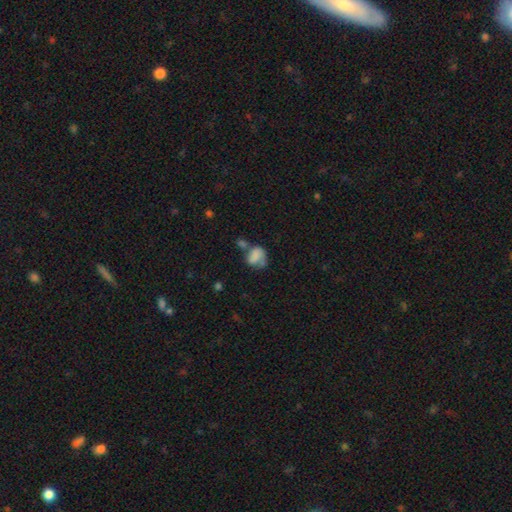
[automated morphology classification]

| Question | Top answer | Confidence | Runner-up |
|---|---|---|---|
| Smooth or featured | smooth | 60% | featured or disk (30%) |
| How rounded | in between | 50% | round (49%) |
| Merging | none | 28% | major disturbance (25%) |